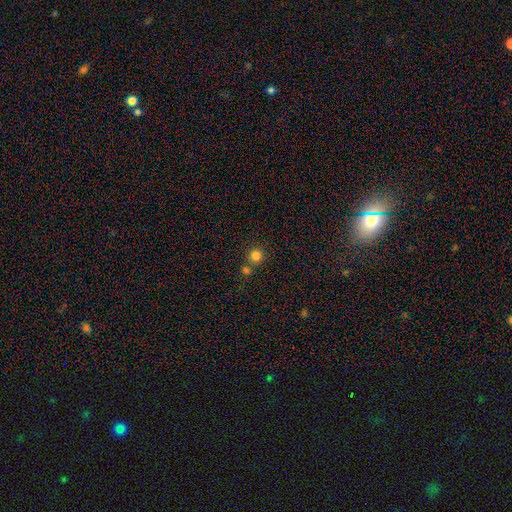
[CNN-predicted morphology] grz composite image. It shows a smooth galaxy with no disk features (81%) that is round (93%). Merging: none (68%).